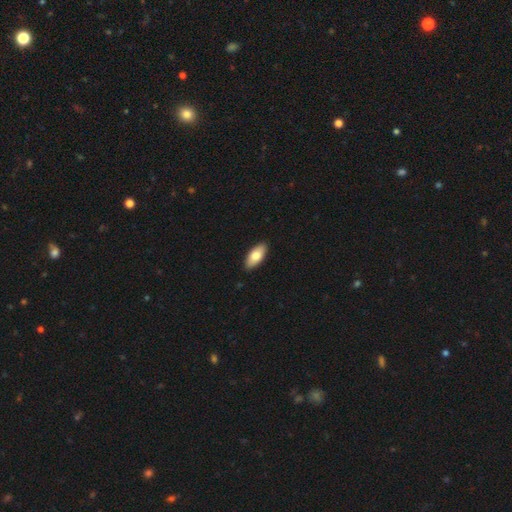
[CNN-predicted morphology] Overall: smooth (78%). How rounded: in between (89%). Merging: none (90%).